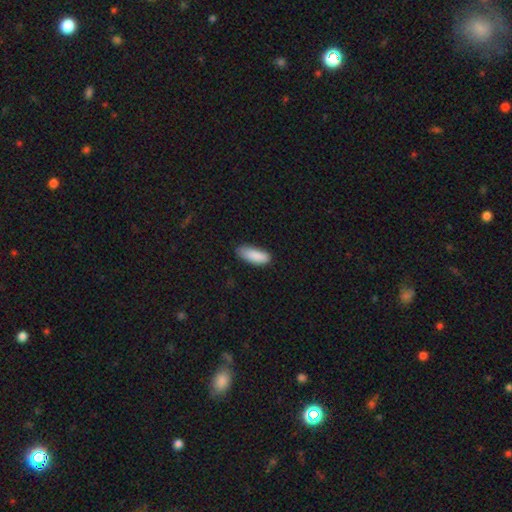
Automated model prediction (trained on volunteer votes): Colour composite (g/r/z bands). It shows a smooth galaxy with no disk features (89%) that is in between round and cigar-shaped (72%). Merging: none (73%).